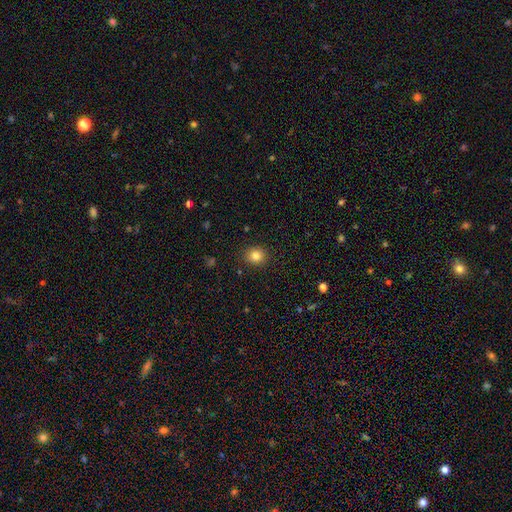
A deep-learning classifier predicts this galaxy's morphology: type=smooth (82%); roundness=round (80%); merging=none (90%).